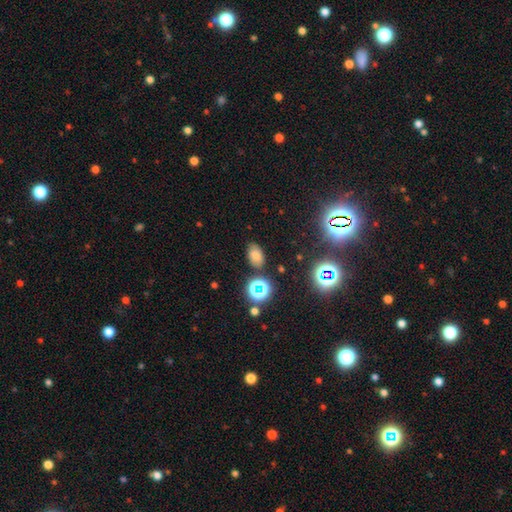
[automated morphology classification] A smooth galaxy with no disk features (70%) that is in between round and cigar-shaped (86%). Merging: none (79%).